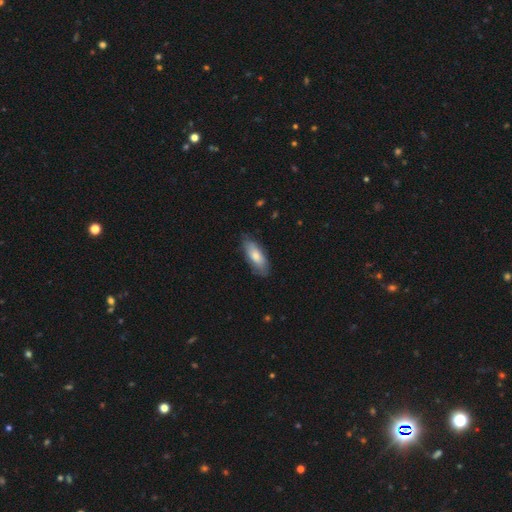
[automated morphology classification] Overall: smooth (73%). How rounded: in between (74%). Merging: none (77%).